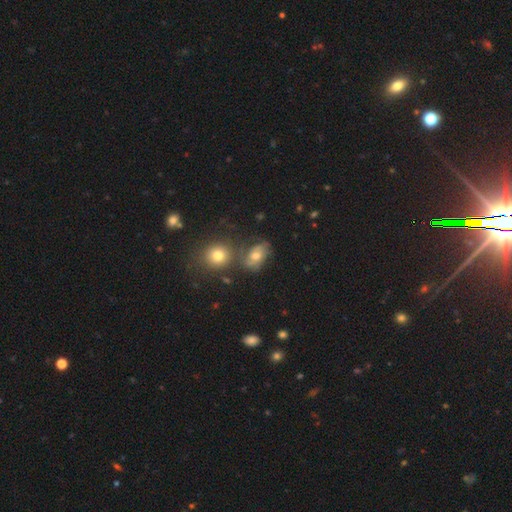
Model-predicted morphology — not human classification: The model was most divided on "smooth or featured": smooth: 47%, featured or disk: 39%, star or artifact: 14%. More confident: merging — none (51%).